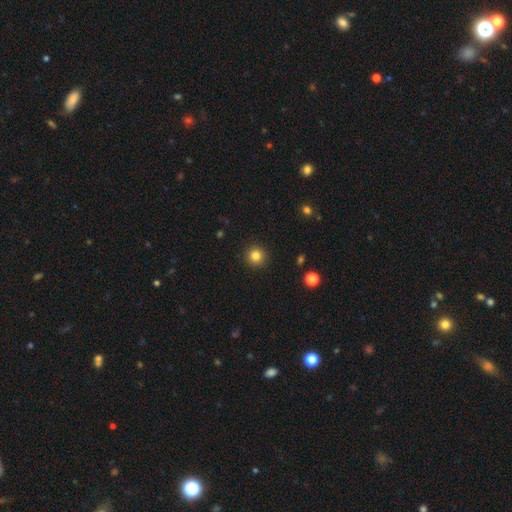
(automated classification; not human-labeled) Smooth or featured? Predicted: smooth (p=0.83). How rounded? Predicted: round (p=0.95). Merging? Predicted: none (p=0.92).